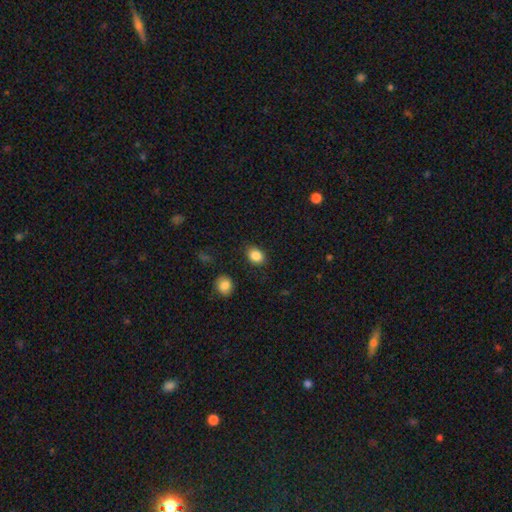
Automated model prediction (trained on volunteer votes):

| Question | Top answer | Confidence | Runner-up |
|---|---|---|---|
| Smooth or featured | smooth | 86% | star or artifact (9%) |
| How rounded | in between | 67% | round (32%) |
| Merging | none | 83% | minor disturbance (12%) |